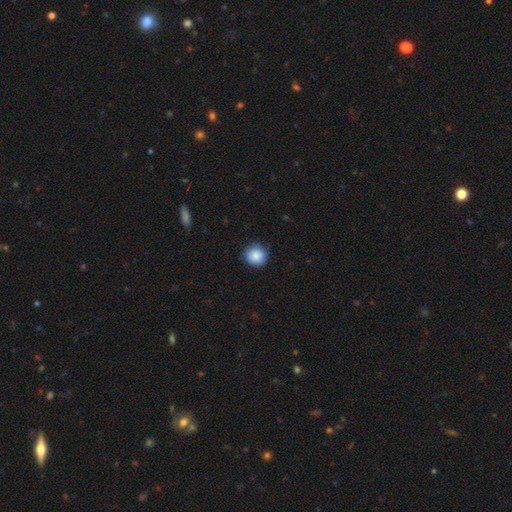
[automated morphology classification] Smooth or featured? smooth (87%)
How rounded? round (91%)
Merging? none (84%)